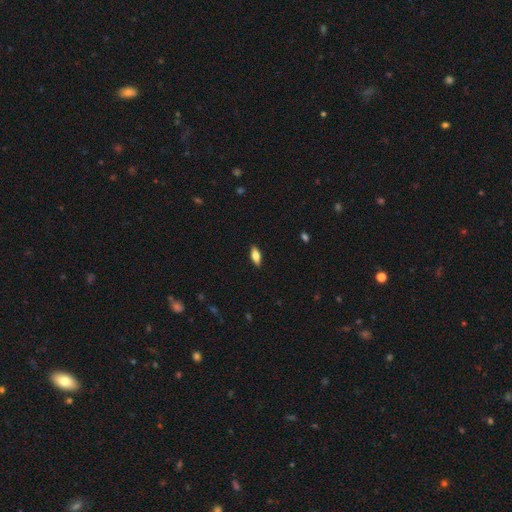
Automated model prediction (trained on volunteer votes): smooth_or_featured: smooth (p=0.71) [alt: featured or disk p=0.22]
how_rounded: in between (p=0.78) [alt: cigar-shaped p=0.19]
merging: none (p=0.89) [alt: minor disturbance p=0.09]